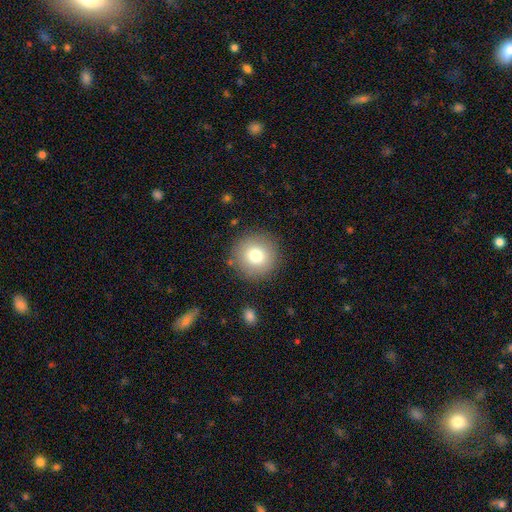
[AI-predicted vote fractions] This appears to be a smooth galaxy with no disk features (76%) that is round (95%). Merging: none (88%).